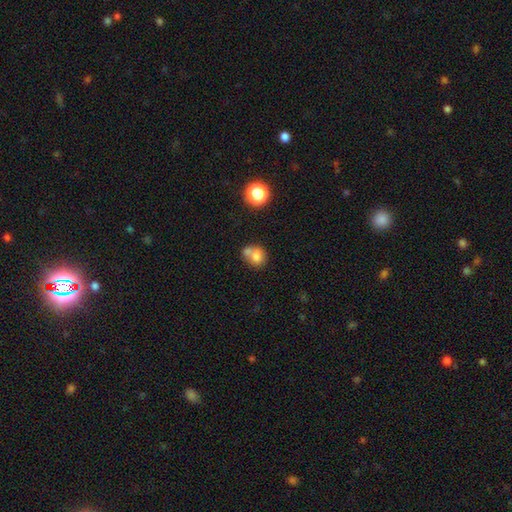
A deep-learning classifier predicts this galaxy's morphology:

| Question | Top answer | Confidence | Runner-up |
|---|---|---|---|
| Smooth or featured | smooth | 73% | featured or disk (15%) |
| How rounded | round | 71% | in between (28%) |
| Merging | merger | 50% | none (35%) |